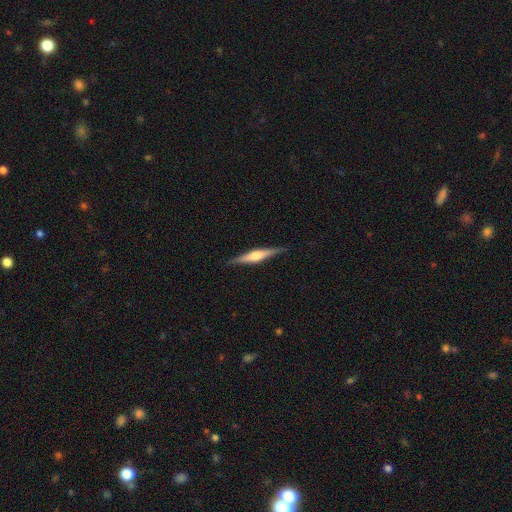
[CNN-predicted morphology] Smooth or featured? featured or disk (70%)
Edge-on disk? yes (98%)
Edge-on bulge? rounded (77%)
Merging? none (89%)